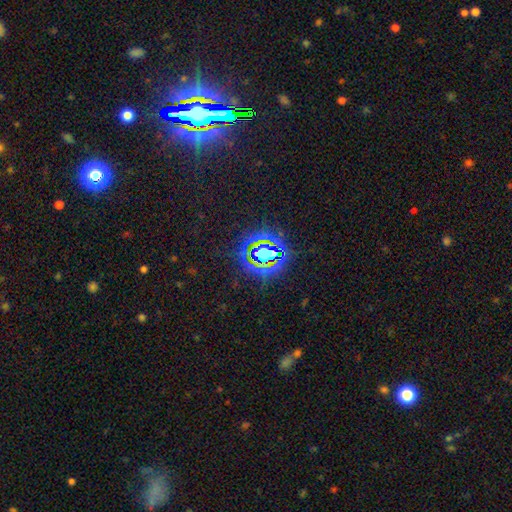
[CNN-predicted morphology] Smooth or featured?
  - star or artifact: 81% *
  - smooth: 10%
  - featured or disk: 9%